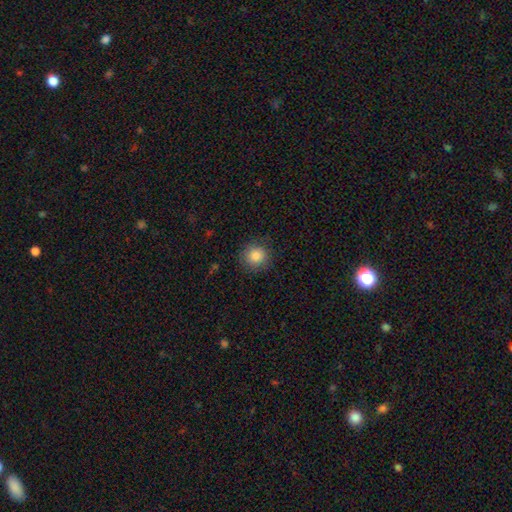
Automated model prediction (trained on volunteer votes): The model was most divided on "merging": none: 85%, minor disturbance: 11%, major disturbance: 3%, merger: 1%. More confident: how rounded — round (92%); smooth or featured — smooth (84%).